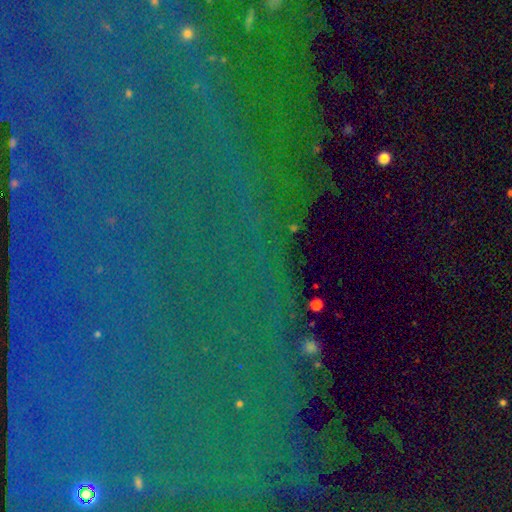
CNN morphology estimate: This is clearly a star or artifact rather than a galaxy (86%).